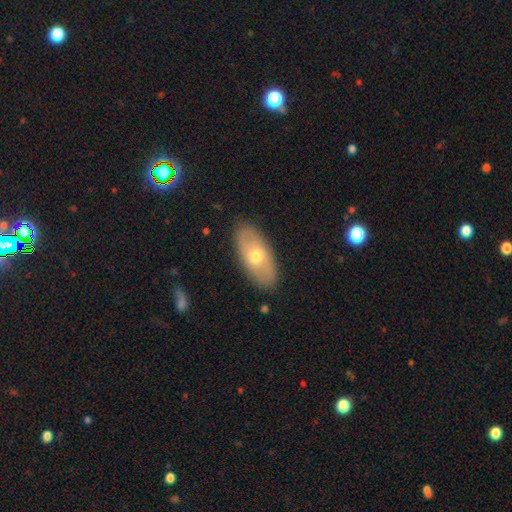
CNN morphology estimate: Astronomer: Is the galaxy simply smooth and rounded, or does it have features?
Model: smooth — 50% (runner-up: featured or disk, 43%).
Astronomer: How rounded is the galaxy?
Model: in between — 89%.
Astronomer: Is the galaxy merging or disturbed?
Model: none — 87%.